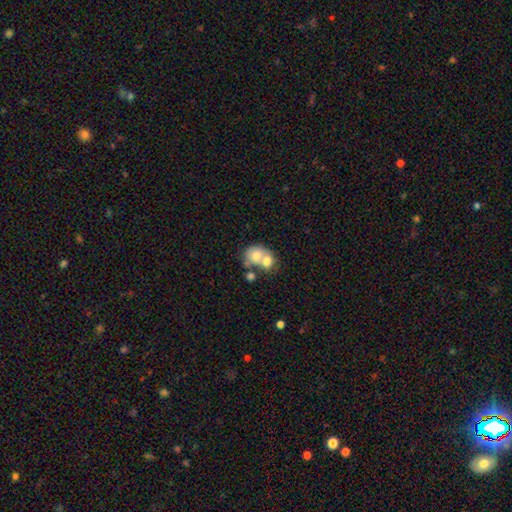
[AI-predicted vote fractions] Smooth or featured? Predicted: smooth (p=0.67). How rounded? Predicted: round (p=0.53). Merging? Predicted: merger (p=0.69).